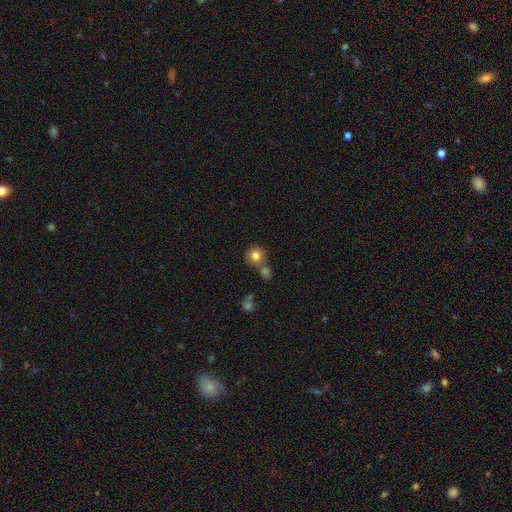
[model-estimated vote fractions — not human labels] This is clearly a smooth galaxy (81%). How rounded: clearly round (88%). Merging: likely none (60%).